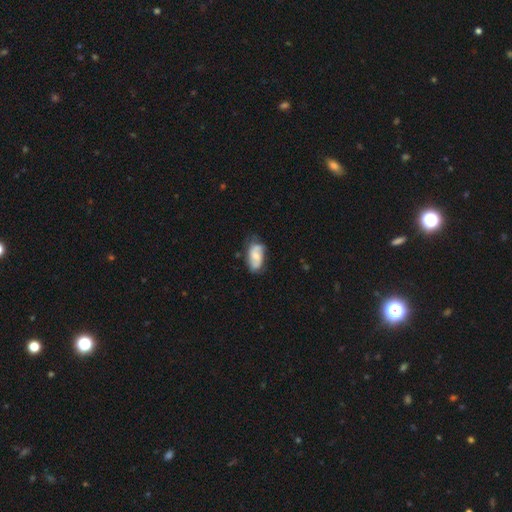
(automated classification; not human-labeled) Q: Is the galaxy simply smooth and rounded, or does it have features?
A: featured or disk — 48%.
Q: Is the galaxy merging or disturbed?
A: none — 60%.